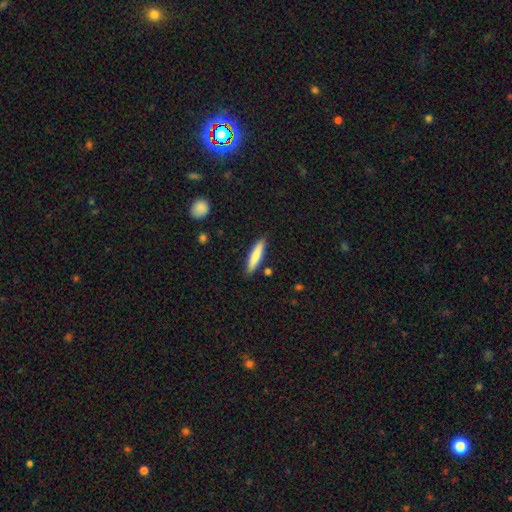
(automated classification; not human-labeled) This is likely a smooth galaxy (77%). How rounded: clearly cigar-shaped (85%). Merging: clearly none (87%).